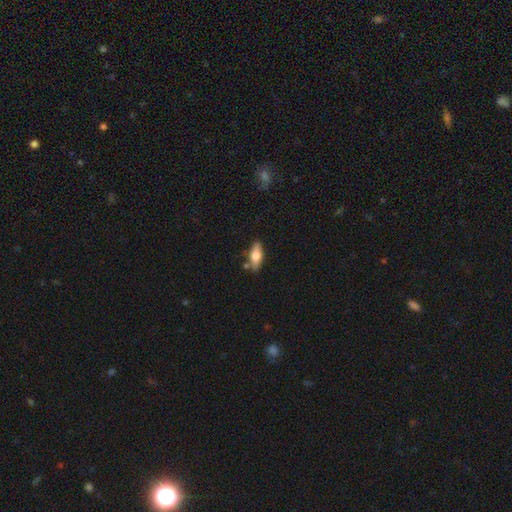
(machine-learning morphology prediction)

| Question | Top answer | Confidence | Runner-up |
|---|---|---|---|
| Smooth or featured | smooth | 64% | featured or disk (29%) |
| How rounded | in between | 72% | cigar-shaped (25%) |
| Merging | none | 75% | minor disturbance (15%) |